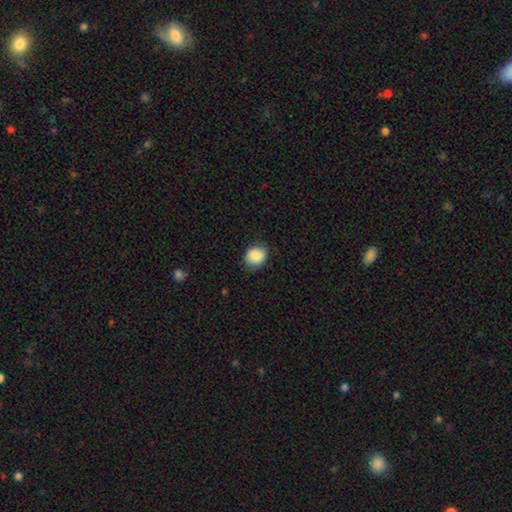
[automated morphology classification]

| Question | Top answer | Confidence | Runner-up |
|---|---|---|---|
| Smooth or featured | smooth | 88% | star or artifact (8%) |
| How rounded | round | 71% | in between (28%) |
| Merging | none | 81% | minor disturbance (15%) |